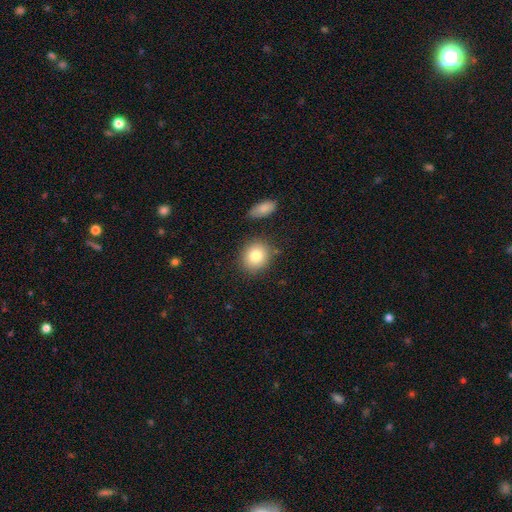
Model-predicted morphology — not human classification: Smooth or featured? Predicted: smooth (p=0.82). How rounded? Predicted: round (p=0.74). Merging? Predicted: none (p=0.80).